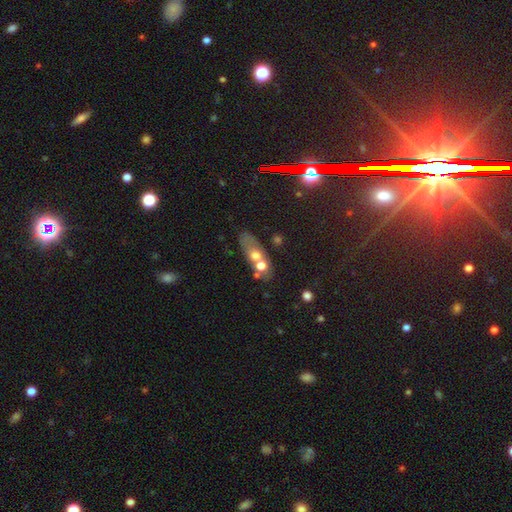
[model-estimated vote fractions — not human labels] Morphology: type=smooth (53%); roundness=in between (65%); merging=merger (42%).